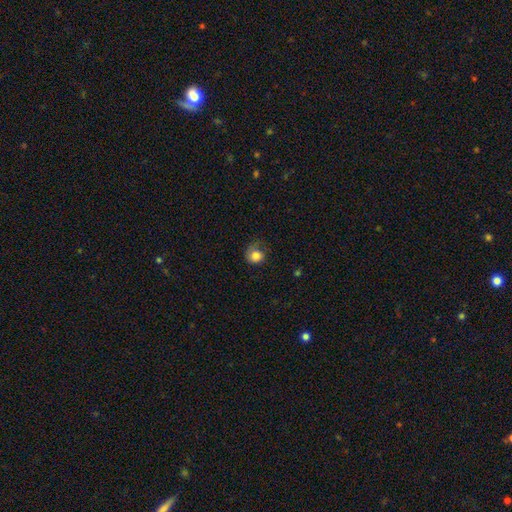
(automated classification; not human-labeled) Overall: smooth (78%). How rounded: round (79%). Merging: none (48%; minor disturbance 28%).